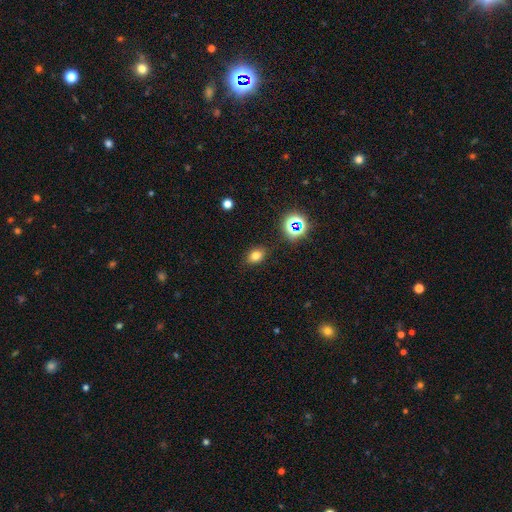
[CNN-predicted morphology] The model was most divided on "how rounded": in between: 67%, round: 31%, cigar-shaped: 1%. More confident: merging — none (85%); smooth or featured — smooth (74%).